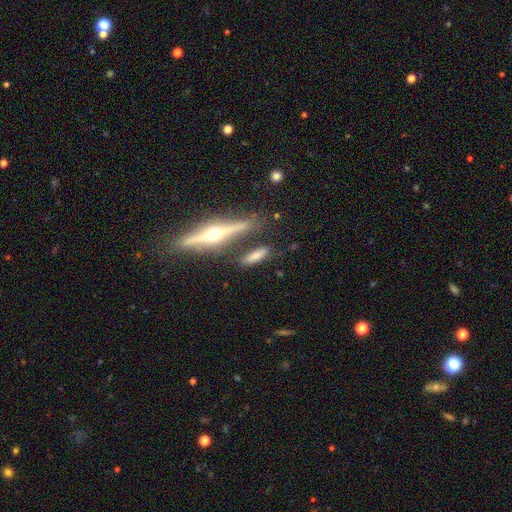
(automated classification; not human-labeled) Overall: smooth (58%; featured or disk 32%). How rounded: cigar-shaped (56%; in between 39%). Merging: none (71%).